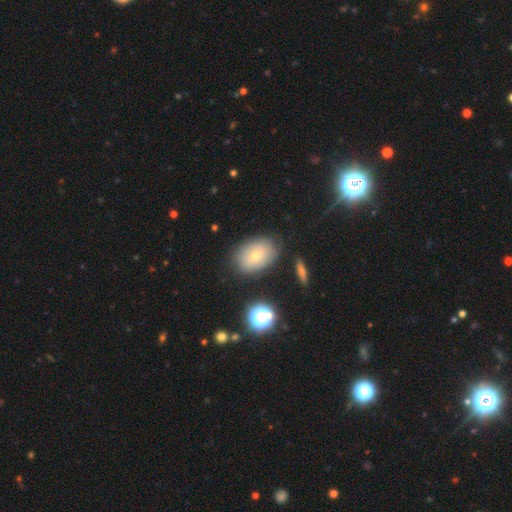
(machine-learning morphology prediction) Overall: smooth (68%). How rounded: in between (79%). Merging: none (77%).